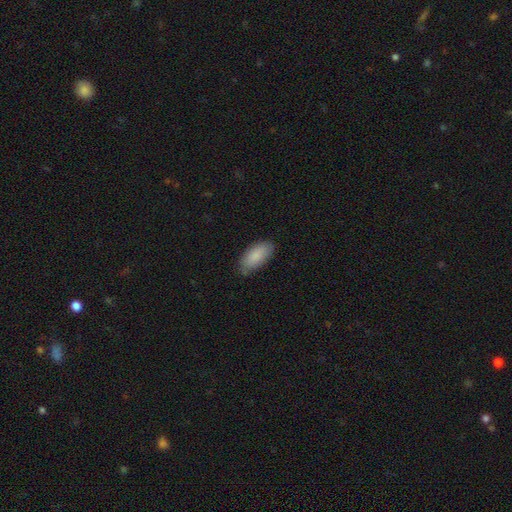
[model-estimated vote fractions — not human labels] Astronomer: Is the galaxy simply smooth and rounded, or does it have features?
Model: smooth — 88%.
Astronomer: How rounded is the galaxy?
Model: in between — 90%.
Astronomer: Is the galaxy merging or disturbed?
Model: none — 79%.